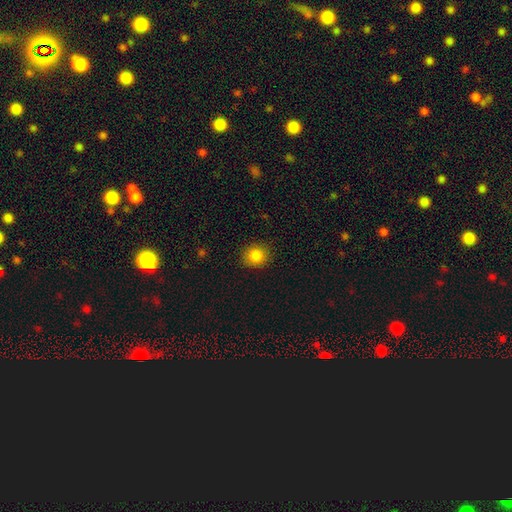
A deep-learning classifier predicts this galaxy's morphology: Smooth or featured? smooth (85%)
How rounded? round (81%)
Merging? none (89%)